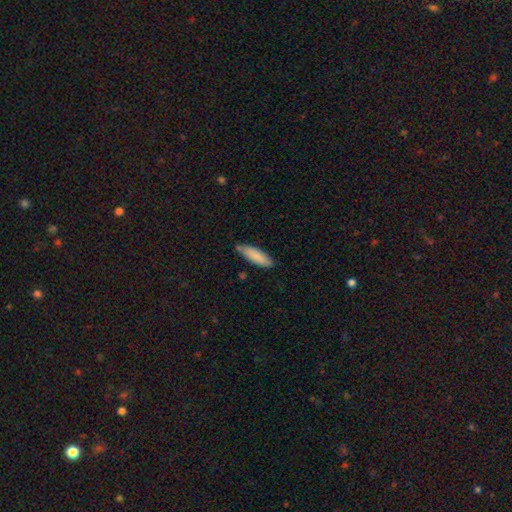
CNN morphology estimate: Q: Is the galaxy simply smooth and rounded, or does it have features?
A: smooth — 86%.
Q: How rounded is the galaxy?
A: cigar-shaped — 53%.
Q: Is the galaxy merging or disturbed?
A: none — 75%.